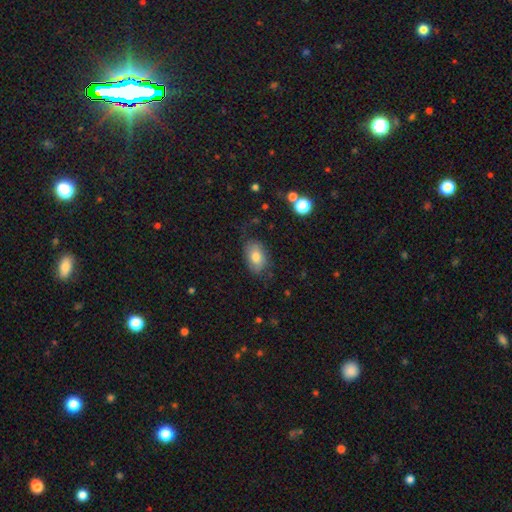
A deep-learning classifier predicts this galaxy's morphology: This is likely a smooth galaxy (71%). How rounded: clearly in between (87%). Merging: likely none (68%).